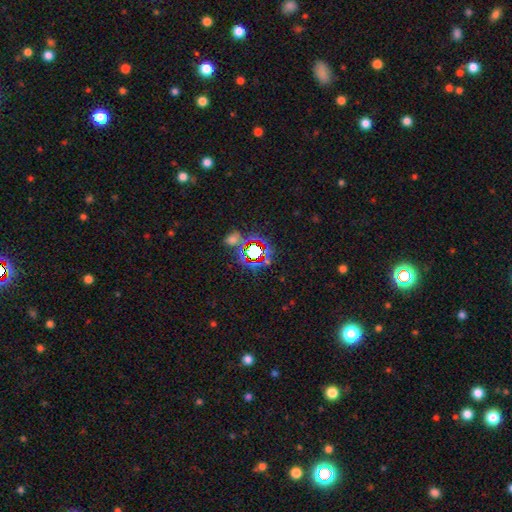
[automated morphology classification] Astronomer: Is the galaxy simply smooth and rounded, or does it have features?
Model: star or artifact — 74%.